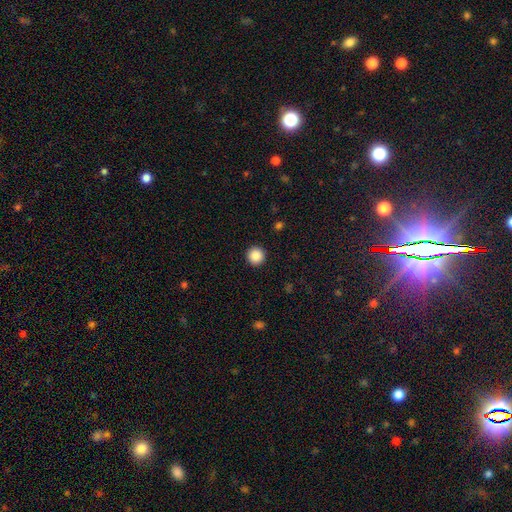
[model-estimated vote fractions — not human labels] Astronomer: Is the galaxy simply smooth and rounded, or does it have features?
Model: smooth — 88%.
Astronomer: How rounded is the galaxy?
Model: round — 96%.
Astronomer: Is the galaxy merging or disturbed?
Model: none — 93%.